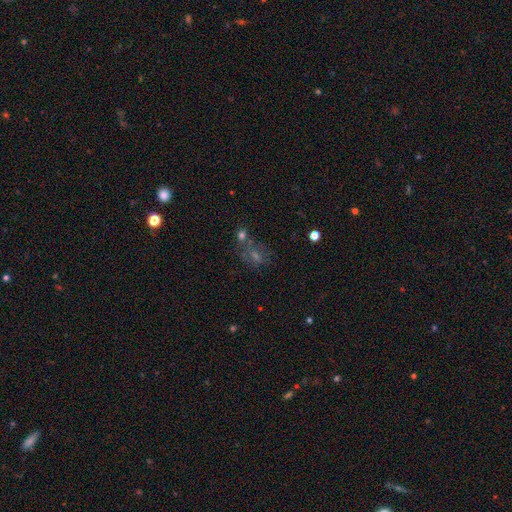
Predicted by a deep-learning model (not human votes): This appears to be a smooth galaxy with no disk features (37%). Merging: none (48%).